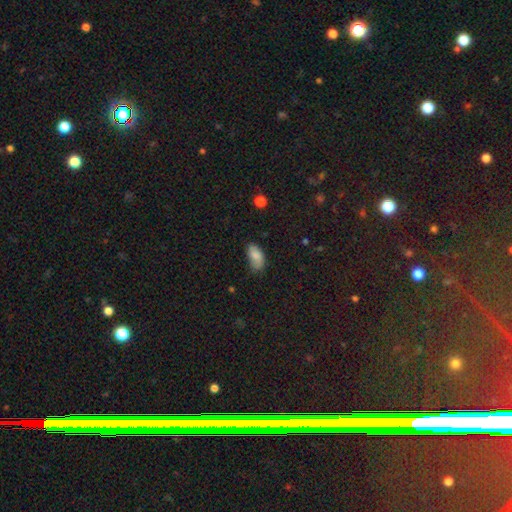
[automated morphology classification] Overall: smooth (85%). How rounded: in between (93%). Merging: none (62%; minor disturbance 30%).